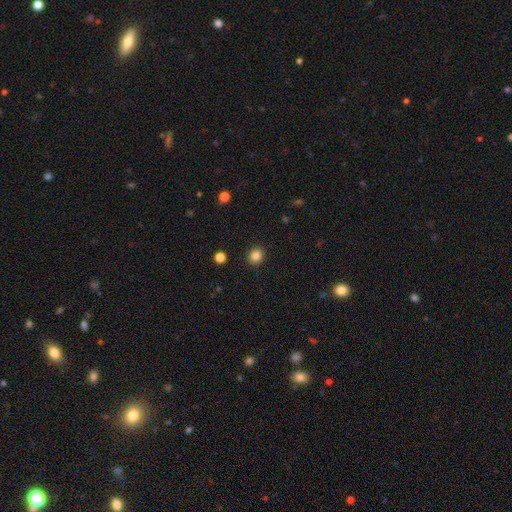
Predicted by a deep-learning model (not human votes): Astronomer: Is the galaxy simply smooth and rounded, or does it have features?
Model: smooth — 84%.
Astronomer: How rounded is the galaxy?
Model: round — 80%.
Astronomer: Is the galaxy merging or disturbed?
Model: none — 91%.